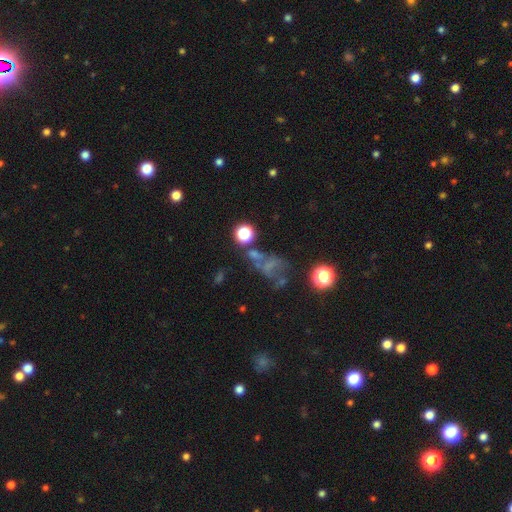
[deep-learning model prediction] Smooth or featured: star or artifact — 36% (smooth — 34%)